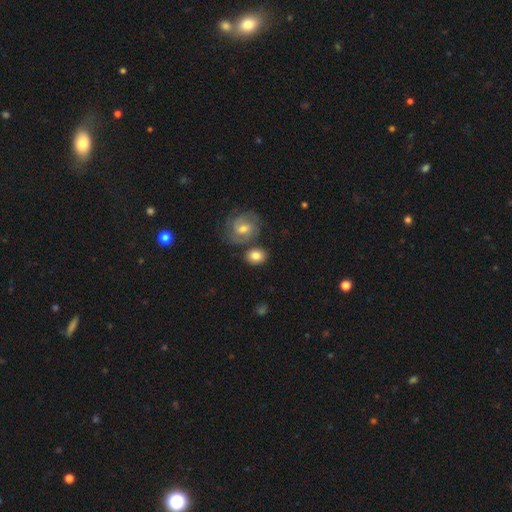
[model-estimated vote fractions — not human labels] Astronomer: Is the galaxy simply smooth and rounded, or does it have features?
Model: smooth — 76%.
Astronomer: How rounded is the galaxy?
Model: round — 52% (runner-up: in between, 46%).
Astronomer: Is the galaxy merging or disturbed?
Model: none — 66%.